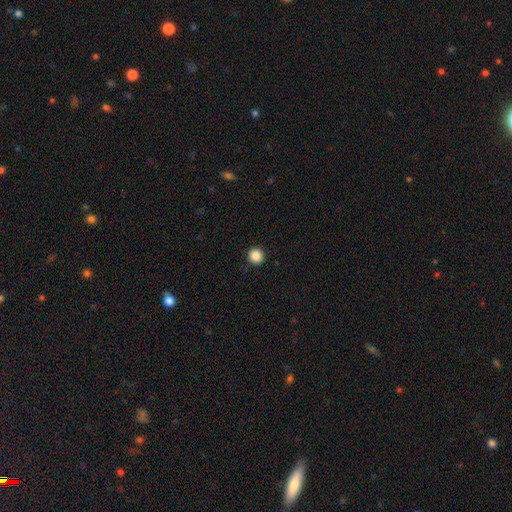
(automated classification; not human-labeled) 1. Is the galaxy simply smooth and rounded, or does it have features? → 87% smooth, 10% star or artifact, 3% featured or disk.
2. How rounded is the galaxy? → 95% round, 4% in between, 1% cigar-shaped.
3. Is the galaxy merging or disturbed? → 93% none, 4% minor disturbance, 2% major disturbance, 1% merger.